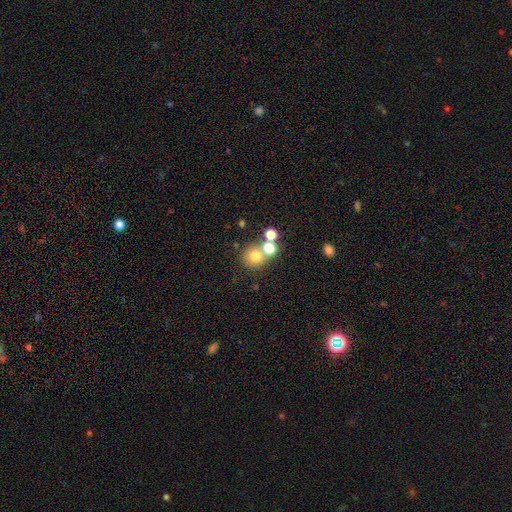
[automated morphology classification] Smooth or featured? Predicted: smooth (p=0.71). How rounded? Predicted: round (p=0.88). Merging? Predicted: none (p=0.57).